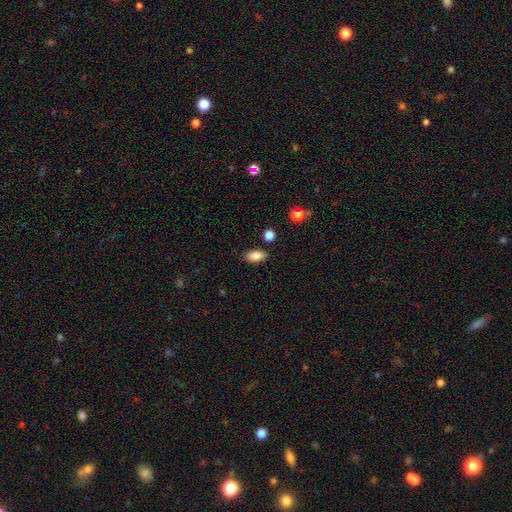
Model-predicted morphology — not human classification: smooth_or_featured: smooth (p=0.86) [alt: star or artifact p=0.08]
how_rounded: in between (p=0.89) [alt: round p=0.06]
merging: none (p=0.83) [alt: minor disturbance p=0.12]